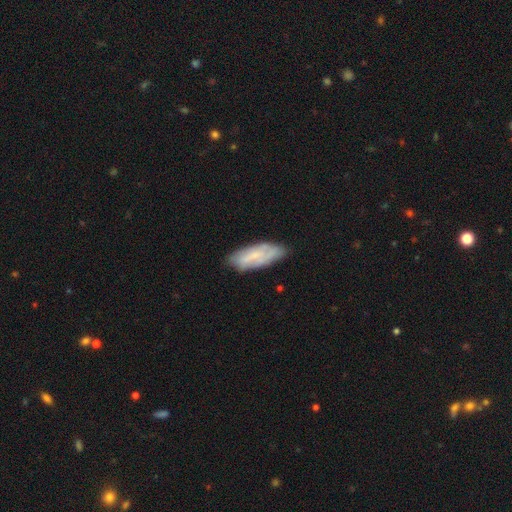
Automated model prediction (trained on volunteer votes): Smooth or featured: smooth — 54% (featured or disk — 39%)
How rounded: in between — 68% (cigar-shaped — 30%)
Merging: none — 72% (minor disturbance — 21%)